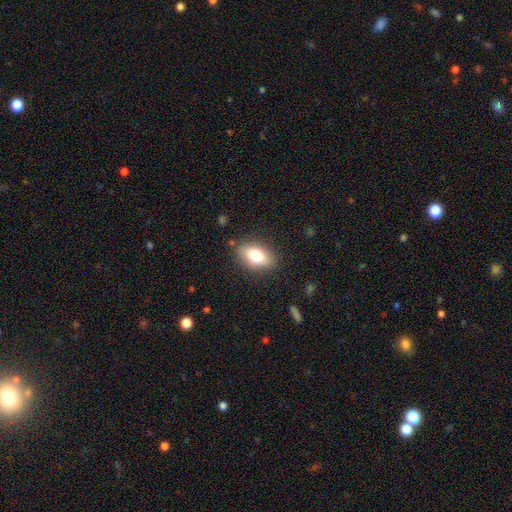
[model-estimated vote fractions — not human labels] The model was most divided on "smooth or featured": smooth: 77%, featured or disk: 15%, star or artifact: 8%. More confident: how rounded — in between (86%); merging — none (84%).